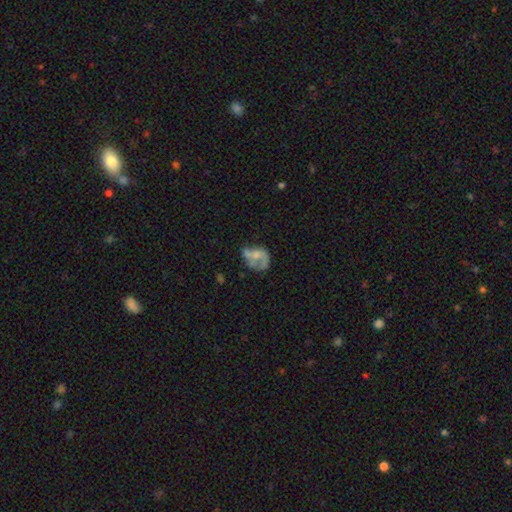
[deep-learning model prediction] This appears to be a featured or disk galaxy (54%) with no bar (77%), no spiral arms (64%) and no central bulge (33%). Merging: major disturbance (36%).